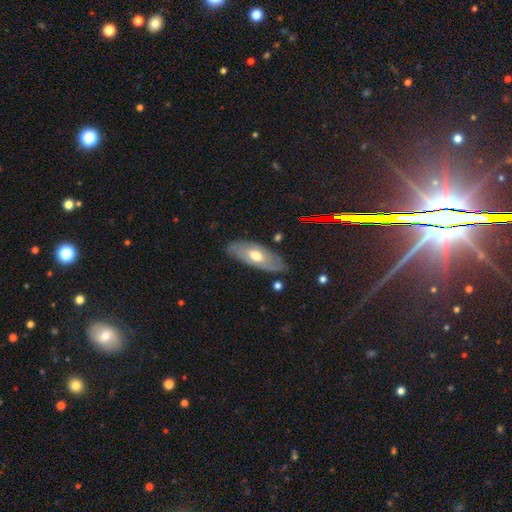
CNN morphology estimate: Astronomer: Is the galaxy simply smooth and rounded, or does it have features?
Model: featured or disk — 51% (runner-up: smooth, 43%).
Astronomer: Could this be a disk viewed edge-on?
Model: no — 75%.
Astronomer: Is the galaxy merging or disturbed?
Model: none — 79%.